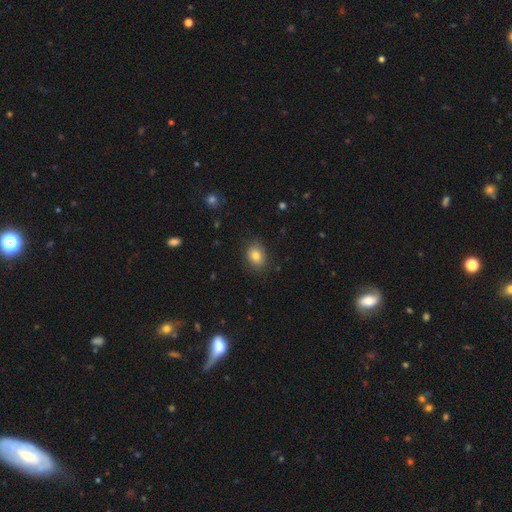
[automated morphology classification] A smooth galaxy with no disk features (81%) that is in between round and cigar-shaped (62%).

Vote fractions:
- Smooth or featured? smooth: 81% / star or artifact: 10% / featured or disk: 9%
- How rounded? in between: 62% / round: 37% / cigar-shaped: 1%
- Merging? none: 82% / minor disturbance: 14% / major disturbance: 4% / merger: 1%